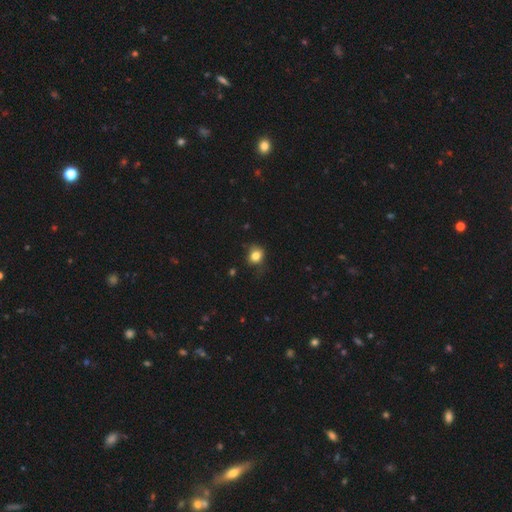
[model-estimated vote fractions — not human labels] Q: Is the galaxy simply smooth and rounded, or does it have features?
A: smooth — 81%.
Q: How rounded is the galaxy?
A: round — 64%.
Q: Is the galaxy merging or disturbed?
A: none — 64%.